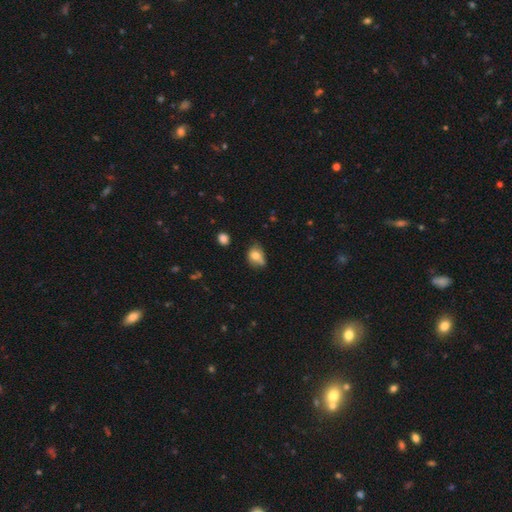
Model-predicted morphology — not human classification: smooth-or-featured: smooth: 73% | featured or disk: 16% | star or artifact: 11%
  how-rounded: in between: 57% | round: 42% | cigar-shaped: 1%
  merging: none: 41% | minor disturbance: 33% | merger: 15% | major disturbance: 11%